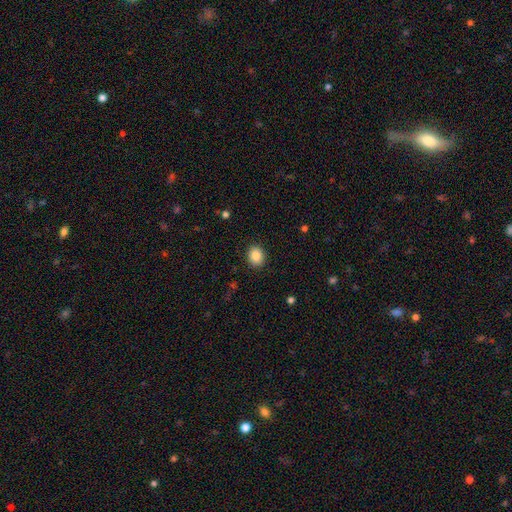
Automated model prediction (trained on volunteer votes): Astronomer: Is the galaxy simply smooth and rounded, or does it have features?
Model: smooth — 87%.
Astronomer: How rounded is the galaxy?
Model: round — 57% (runner-up: in between, 42%).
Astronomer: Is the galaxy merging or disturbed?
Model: none — 90%.